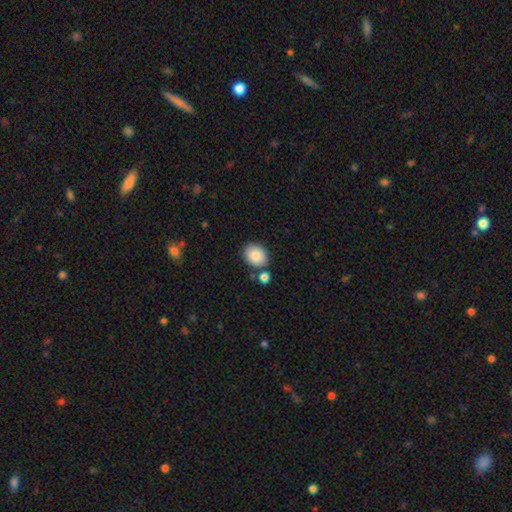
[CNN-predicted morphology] Smooth or featured?
  - smooth: 87% *
  - star or artifact: 7%
  - featured or disk: 6%
How rounded?
  - in between: 56% *
  - round: 43%
  - cigar-shaped: 1%
Merging?
  - none: 76% *
  - minor disturbance: 11%
  - merger: 10%
  - major disturbance: 3%